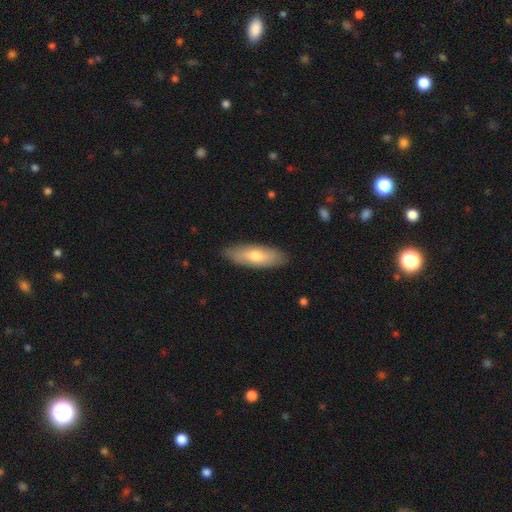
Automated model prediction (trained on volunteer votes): Smooth or featured? Predicted: smooth (p=0.67). How rounded? Predicted: in between (p=0.61). Merging? Predicted: none (p=0.86).